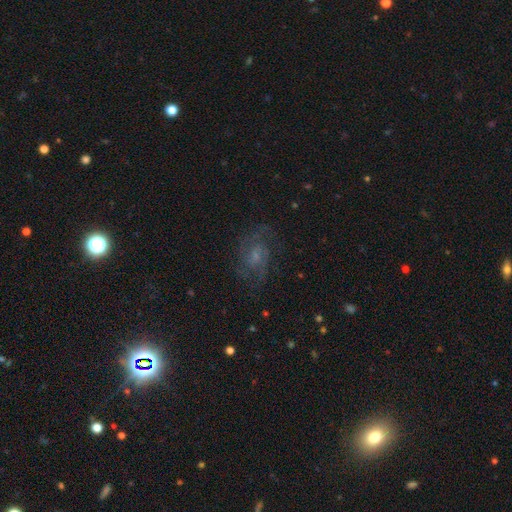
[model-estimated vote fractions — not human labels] Smooth or featured? featured or disk (70%)
Edge-on disk? no (97%)
Bar? no (54%)
Spiral arms? yes (92%)
Spiral winding? medium (52%)
Spiral arm count? 2 (55%)
Bulge size? small (48%)
Merging? none (71%)